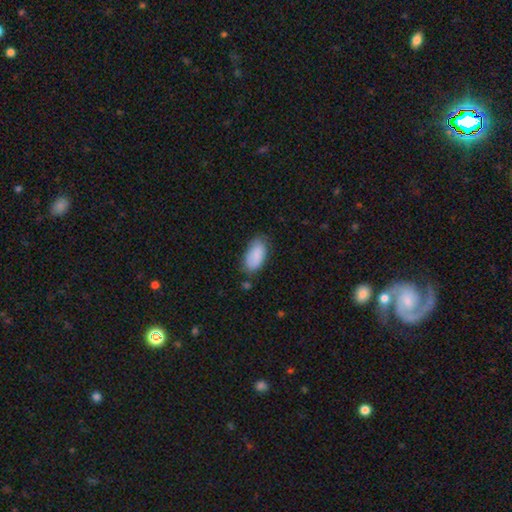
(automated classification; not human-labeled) This is clearly a smooth galaxy (87%). How rounded: clearly in between (94%). Merging: likely none (69%).